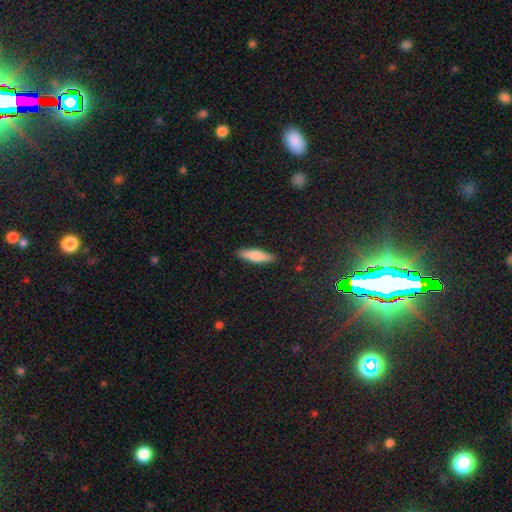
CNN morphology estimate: smooth 76%, featured or disk 18%, star or artifact 6%. Down the decision tree: how rounded — cigar-shaped (65%); merging — none (89%).